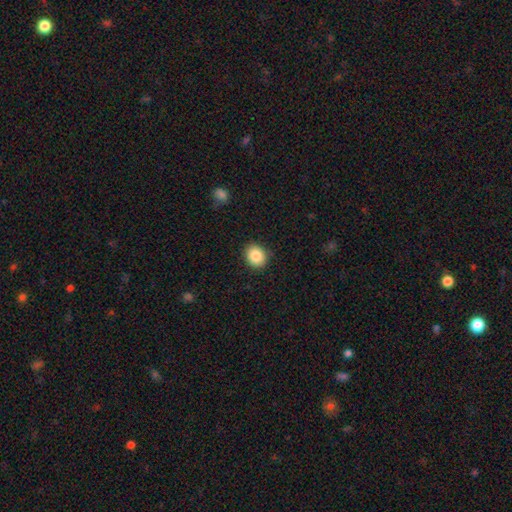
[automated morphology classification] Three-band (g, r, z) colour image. It shows a smooth galaxy with no disk features (87%) that is round (70%). Merging: none (89%).